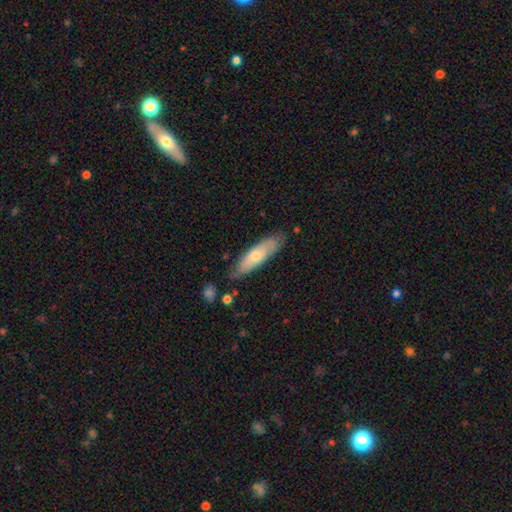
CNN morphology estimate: Q: Smooth or featured?
A: smooth (58%); runner-up: featured or disk (37%)
Q: How rounded?
A: cigar-shaped (62%); runner-up: in between (37%)
Q: Merging?
A: none (78%); runner-up: minor disturbance (17%)